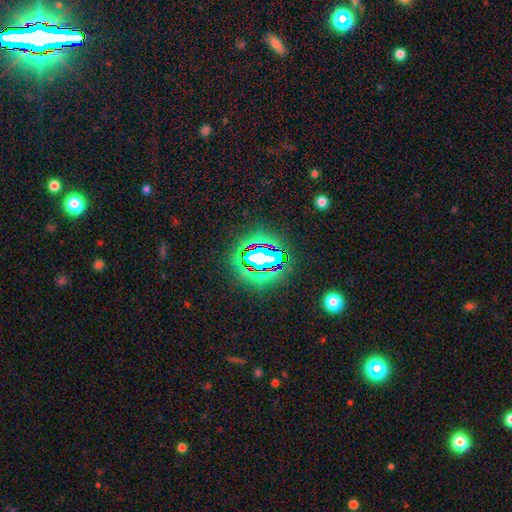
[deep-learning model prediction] Smooth or featured? star or artifact (72%)